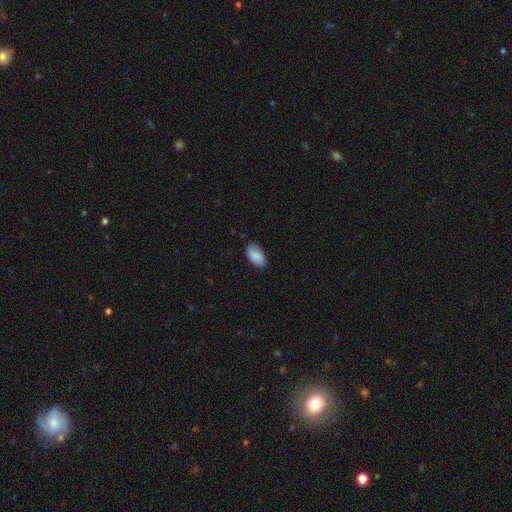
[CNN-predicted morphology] smooth 89%, star or artifact 6%, featured or disk 5%. Down the decision tree: how rounded — in between (95%); merging — none (83%).